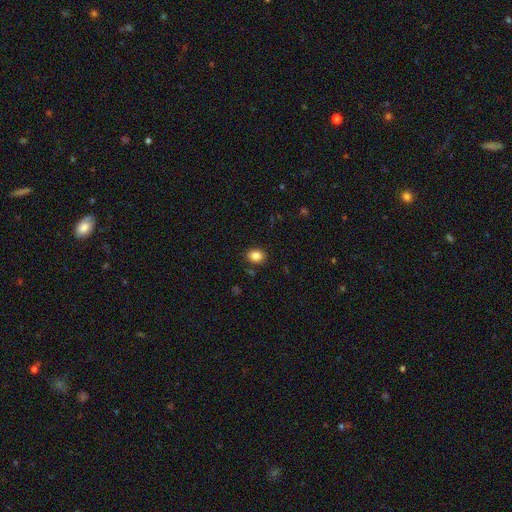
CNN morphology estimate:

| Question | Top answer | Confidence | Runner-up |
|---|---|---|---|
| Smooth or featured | smooth | 86% | star or artifact (10%) |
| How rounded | in between | 53% | round (46%) |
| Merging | none | 87% | minor disturbance (8%) |